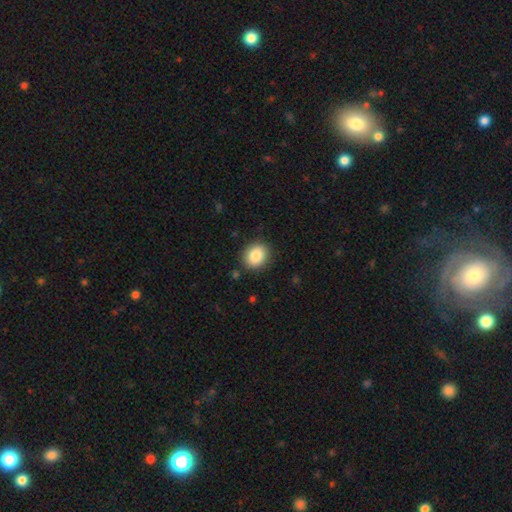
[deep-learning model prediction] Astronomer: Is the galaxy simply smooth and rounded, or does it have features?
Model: smooth — 84%.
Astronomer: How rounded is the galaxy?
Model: round — 69%.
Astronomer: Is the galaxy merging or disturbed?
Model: none — 88%.